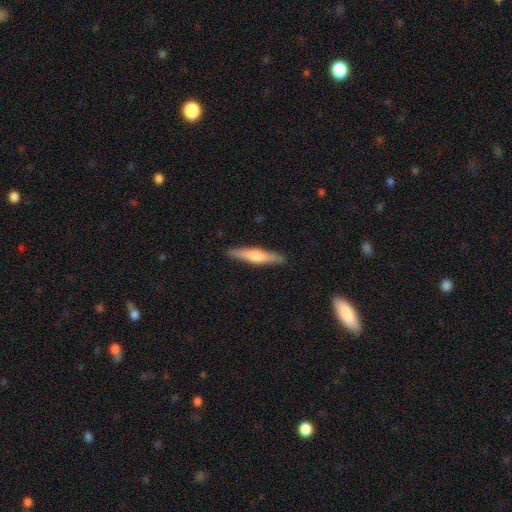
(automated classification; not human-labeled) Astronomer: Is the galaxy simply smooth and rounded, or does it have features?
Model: featured or disk — 47%, tied with smooth at 47%.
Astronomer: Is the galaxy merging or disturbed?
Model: none — 89%.